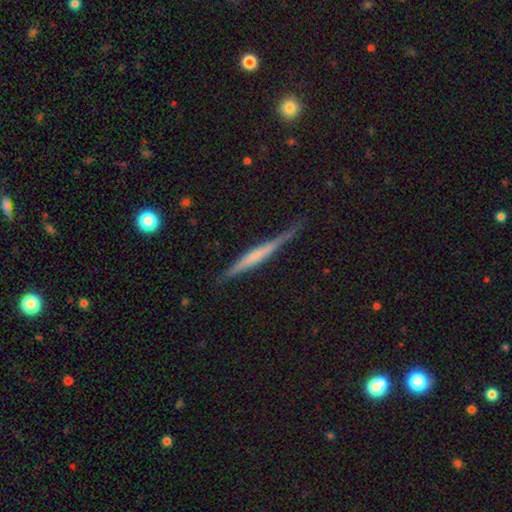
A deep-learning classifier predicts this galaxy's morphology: Smooth or featured? featured or disk (62%)
Edge-on disk? yes (97%)
Edge-on bulge? none (54%)
Merging? none (80%)